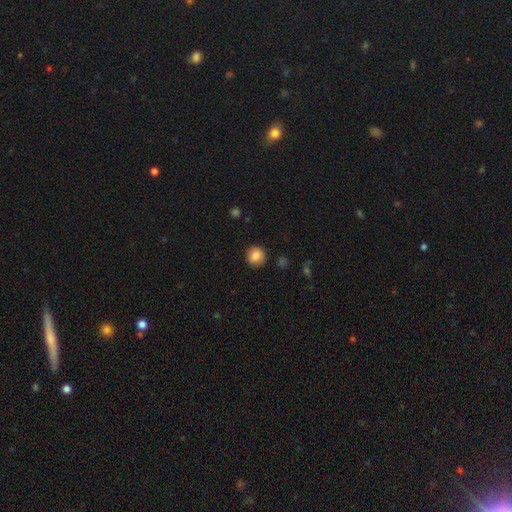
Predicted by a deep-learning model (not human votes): smooth 85%, star or artifact 9%, featured or disk 7%. Down the decision tree: how rounded — round (92%); merging — none (91%).